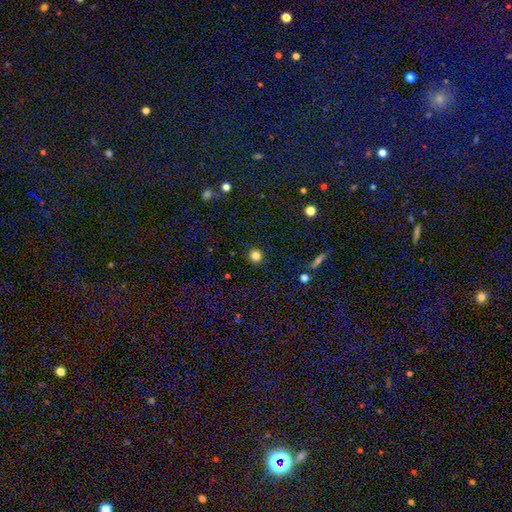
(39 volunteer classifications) A smooth galaxy with no disk features (79%) that is round (100%). Merging: none (94%).